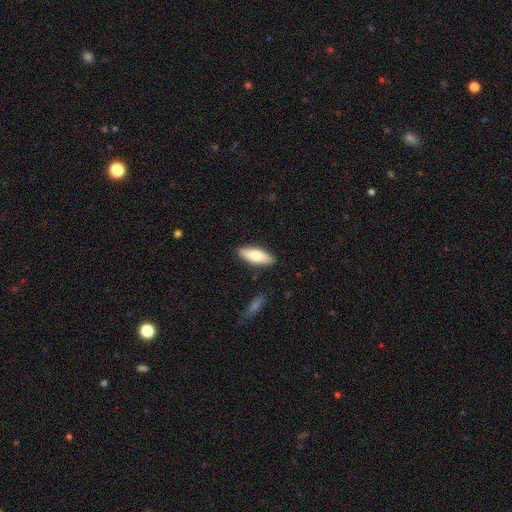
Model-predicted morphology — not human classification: Smooth or featured?
  - smooth: 76% *
  - featured or disk: 19%
  - star or artifact: 6%
How rounded?
  - in between: 68% *
  - cigar-shaped: 30%
  - round: 2%
Merging?
  - none: 87% *
  - minor disturbance: 9%
  - major disturbance: 2%
  - merger: 2%